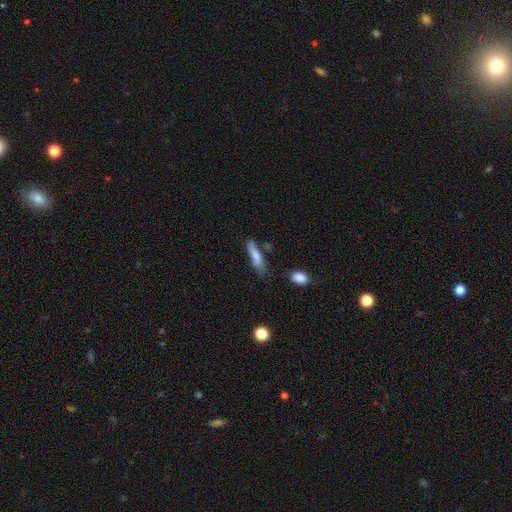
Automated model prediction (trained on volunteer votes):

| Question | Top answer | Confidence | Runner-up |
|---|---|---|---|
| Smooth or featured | smooth | 69% | featured or disk (25%) |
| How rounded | cigar-shaped | 73% | in between (25%) |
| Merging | none | 64% | minor disturbance (24%) |